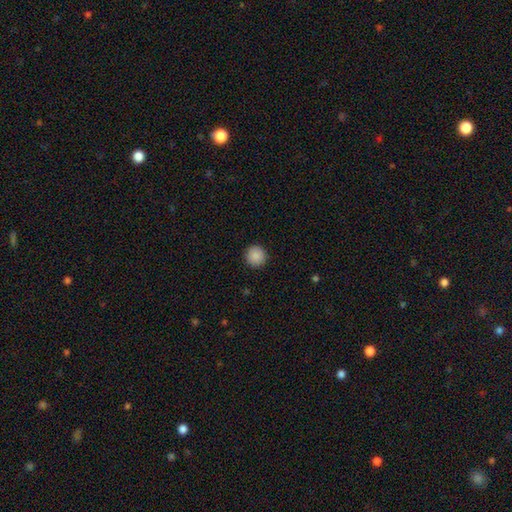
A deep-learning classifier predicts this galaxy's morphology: Smooth or featured? Predicted: smooth (p=0.89). How rounded? Predicted: round (p=0.95). Merging? Predicted: none (p=0.93).